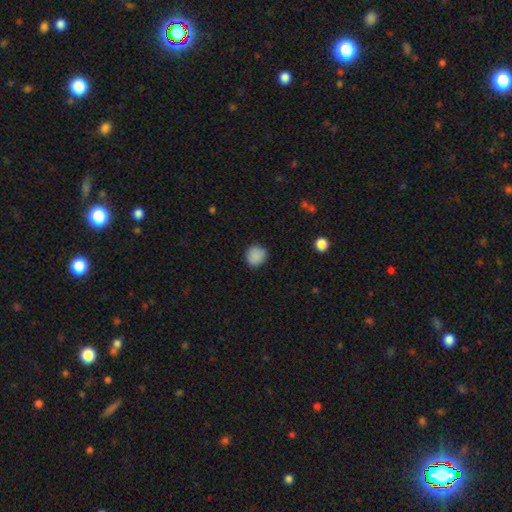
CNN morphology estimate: Smooth or featured: smooth — 88% (star or artifact — 9%)
How rounded: round — 90% (in between — 9%)
Merging: none — 88% (minor disturbance — 9%)